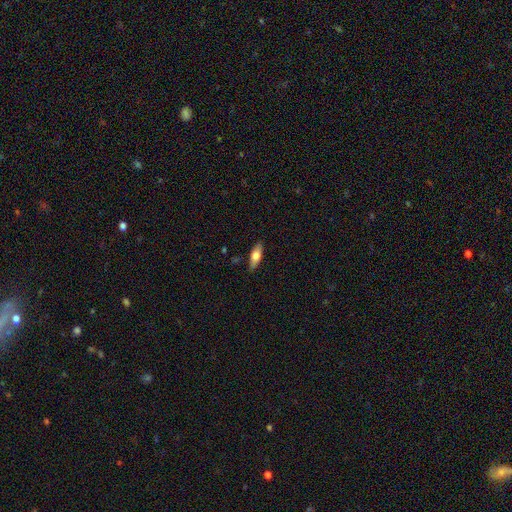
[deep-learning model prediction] A smooth galaxy with no disk features (66%) that is in between round and cigar-shaped (63%). Merging: none (85%).